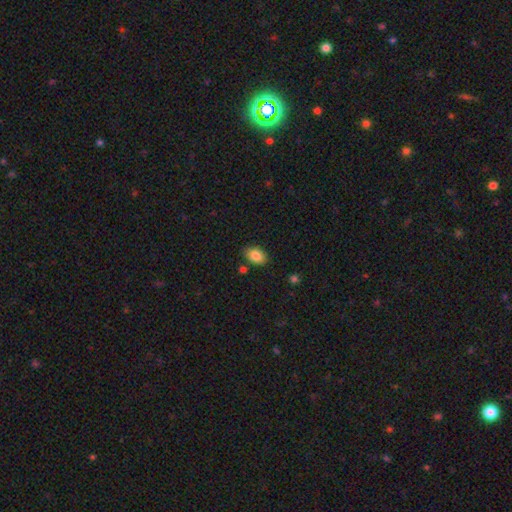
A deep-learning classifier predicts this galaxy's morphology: Overall: smooth (86%). How rounded: in between (84%). Merging: none (82%).